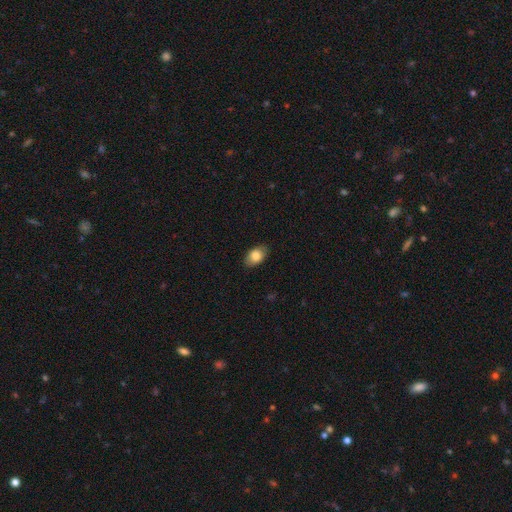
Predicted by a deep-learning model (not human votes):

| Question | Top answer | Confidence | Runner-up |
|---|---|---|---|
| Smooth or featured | smooth | 82% | featured or disk (11%) |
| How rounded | in between | 89% | round (9%) |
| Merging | none | 85% | minor disturbance (12%) |